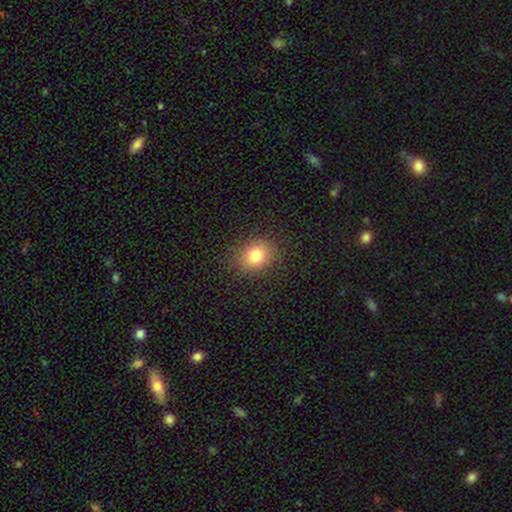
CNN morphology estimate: smooth-or-featured: smooth: 81% | star or artifact: 12% | featured or disk: 7%
  how-rounded: round: 61% | in between: 38% | cigar-shaped: 1%
  merging: none: 85% | minor disturbance: 10% | major disturbance: 4% | merger: 1%